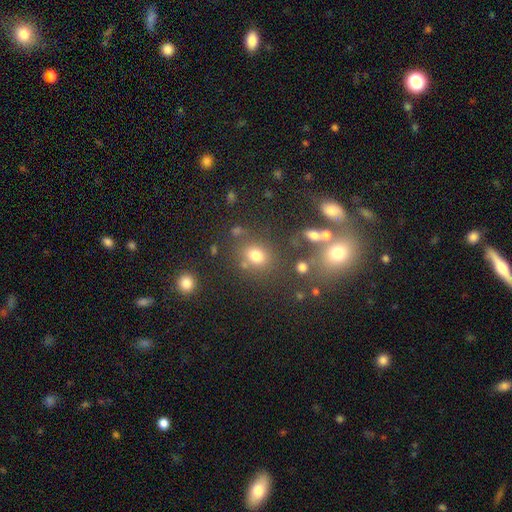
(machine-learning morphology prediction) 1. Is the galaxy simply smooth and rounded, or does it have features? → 73% smooth, 17% star or artifact, 10% featured or disk.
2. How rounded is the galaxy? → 60% round, 38% in between, 1% cigar-shaped.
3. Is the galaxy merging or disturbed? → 69% none, 13% minor disturbance, 11% merger, 7% major disturbance.